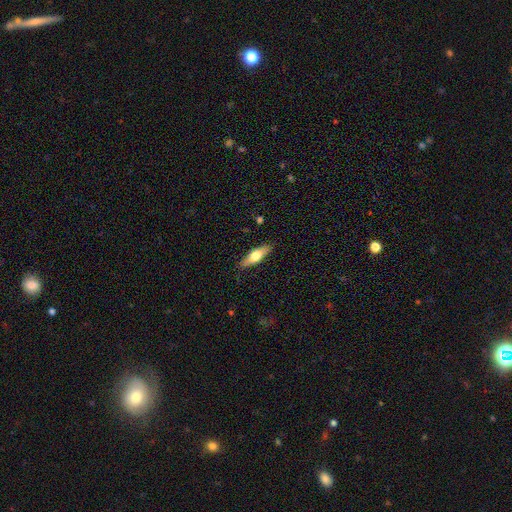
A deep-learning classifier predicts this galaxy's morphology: Smooth or featured? smooth (53%)
How rounded? cigar-shaped (53%)
Merging? none (86%)